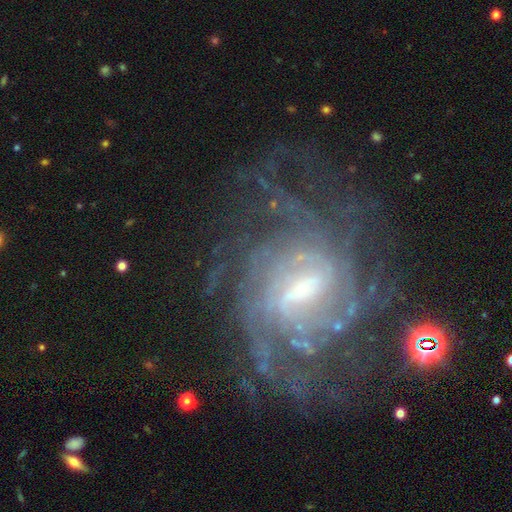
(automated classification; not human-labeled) Morphology: type=featured or disk (85%); edge-on=no (97%); bar=weak (52%); spiral arms=yes (93%); winding=tight (58%); arm count=can't tell (42%); bulge=small (44%); merging=none (67%).